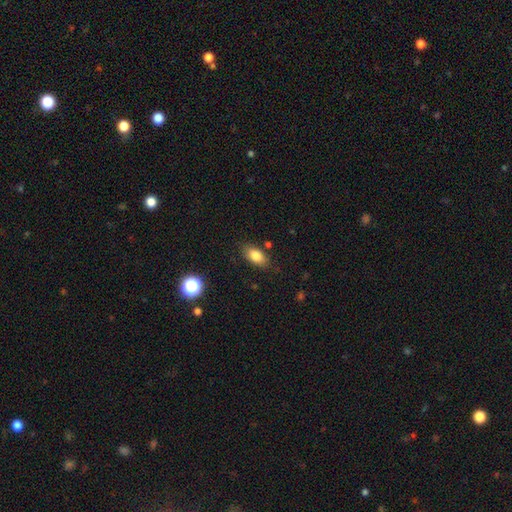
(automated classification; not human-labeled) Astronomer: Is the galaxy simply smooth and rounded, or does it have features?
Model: smooth — 82%.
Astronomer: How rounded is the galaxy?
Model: in between — 88%.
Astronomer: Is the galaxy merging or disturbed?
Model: none — 82%.